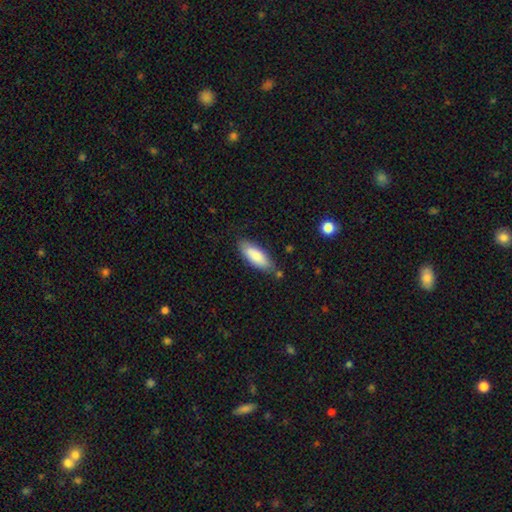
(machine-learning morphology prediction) This is clearly a smooth galaxy (82%). How rounded: likely in between (71%). Merging: likely none (75%).